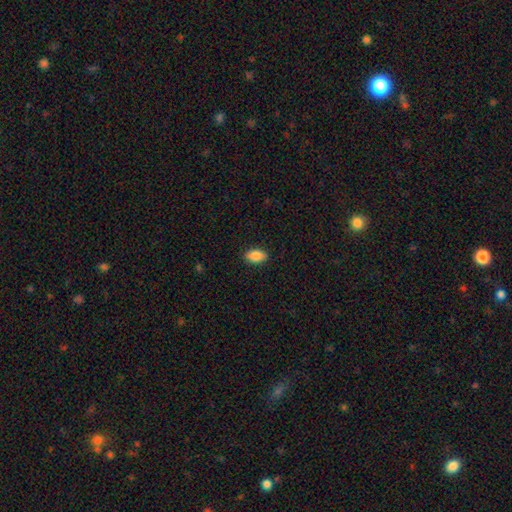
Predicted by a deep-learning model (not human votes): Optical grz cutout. It shows a smooth galaxy with no disk features (86%) that is in between round and cigar-shaped (90%). Merging: none (88%).